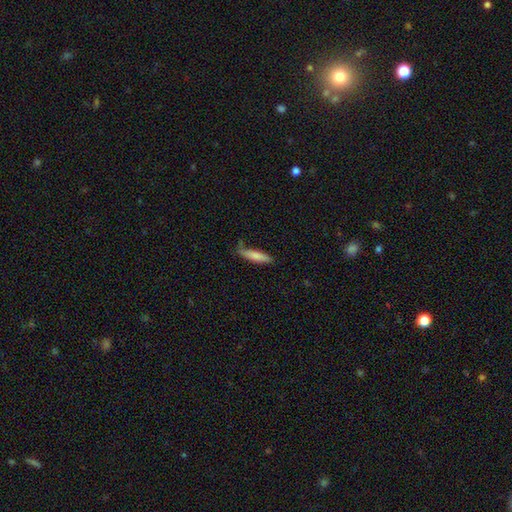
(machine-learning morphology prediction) type=smooth (79%); roundness=cigar-shaped (76%); merging=none (65%).